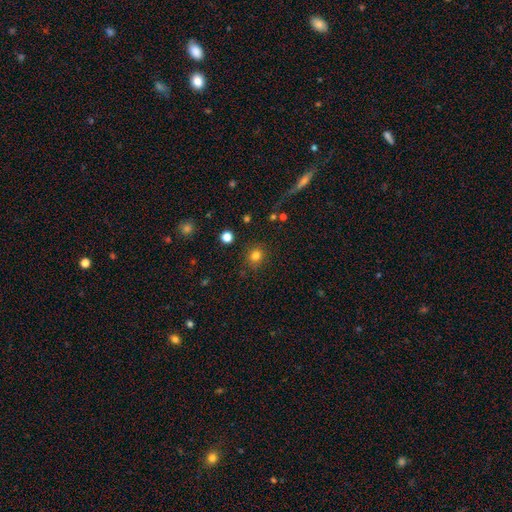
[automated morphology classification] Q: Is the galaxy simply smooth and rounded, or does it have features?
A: smooth — 80%.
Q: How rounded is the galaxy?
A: round — 85%.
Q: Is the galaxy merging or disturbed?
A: none — 87%.